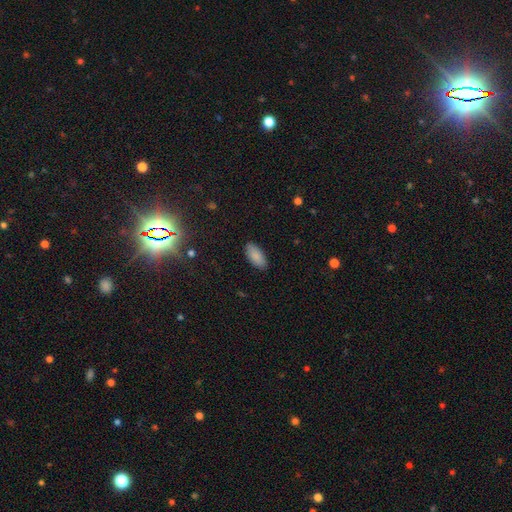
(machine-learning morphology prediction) This is clearly a smooth galaxy (89%). How rounded: clearly in between (90%). Merging: clearly none (89%).